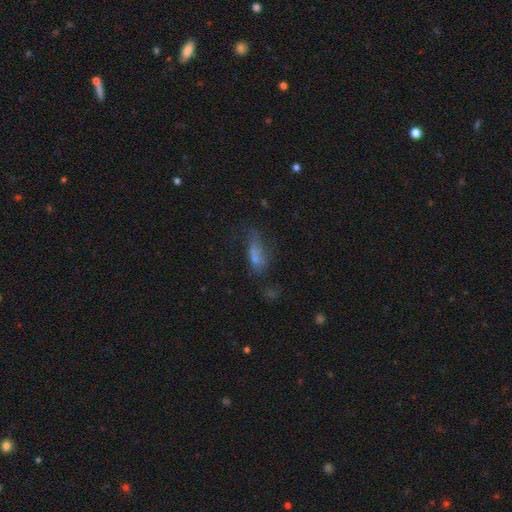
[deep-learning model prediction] This appears to be a smooth galaxy with no disk features (60%) that is in between round and cigar-shaped (70%). Merging: none (33%).